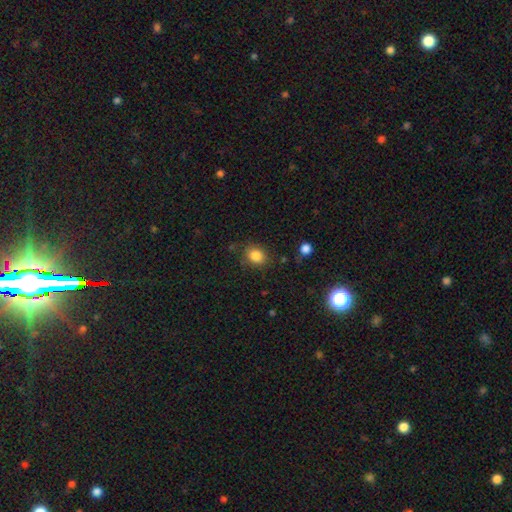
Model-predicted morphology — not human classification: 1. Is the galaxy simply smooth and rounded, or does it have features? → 84% smooth, 10% star or artifact, 6% featured or disk.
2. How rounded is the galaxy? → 52% round, 47% in between, 1% cigar-shaped.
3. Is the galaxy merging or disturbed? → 80% none, 14% minor disturbance, 4% major disturbance, 3% merger.